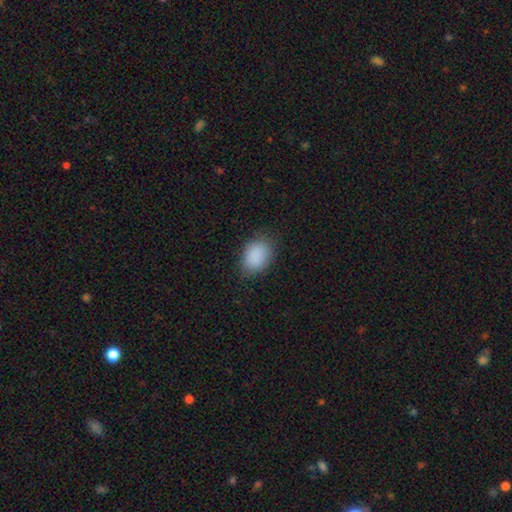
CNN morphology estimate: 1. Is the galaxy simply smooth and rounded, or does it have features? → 88% smooth, 8% star or artifact, 4% featured or disk.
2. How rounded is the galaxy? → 75% in between, 24% round, 1% cigar-shaped.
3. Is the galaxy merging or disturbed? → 79% none, 16% minor disturbance, 4% major disturbance, 1% merger.